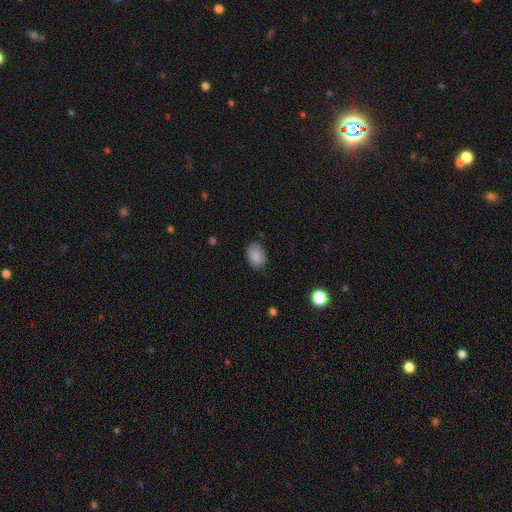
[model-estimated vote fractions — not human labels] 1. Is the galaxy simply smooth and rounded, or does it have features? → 87% smooth, 8% star or artifact, 6% featured or disk.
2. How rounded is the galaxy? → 84% in between, 14% round, 1% cigar-shaped.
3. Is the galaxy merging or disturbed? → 77% none, 18% minor disturbance, 3% major disturbance, 1% merger.